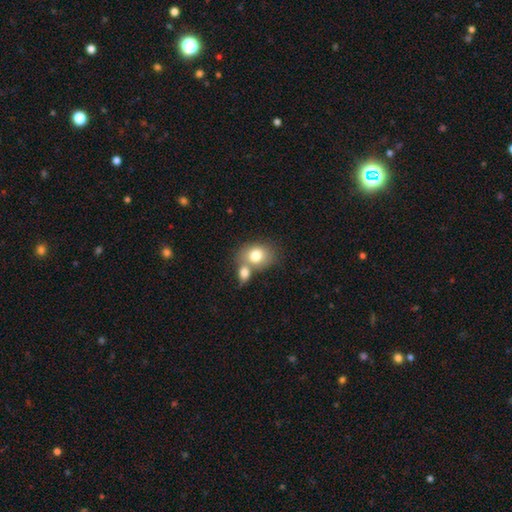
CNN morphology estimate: This appears to be a smooth galaxy with no disk features (78%) that is round (50%). Merging: merger (53%).